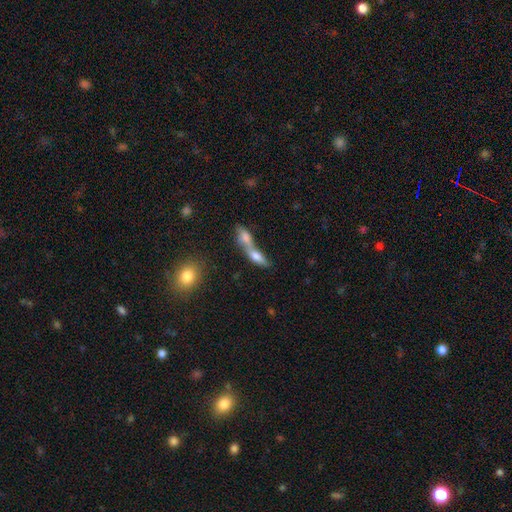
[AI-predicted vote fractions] Overall: smooth (68%). How rounded: in between (62%; cigar-shaped 32%). Merging: merger (75%).